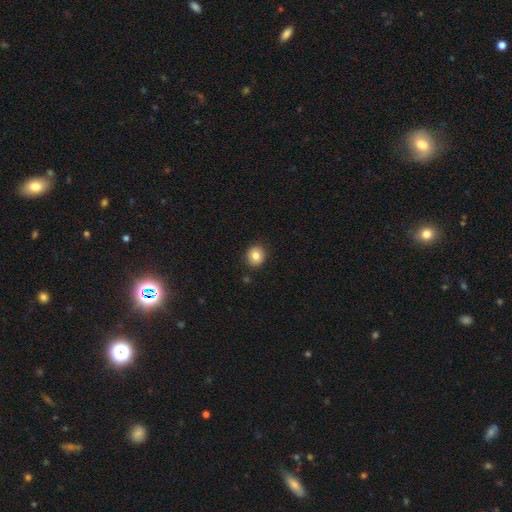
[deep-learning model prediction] Morphology: type=smooth (83%); roundness=round (85%); merging=none (90%).